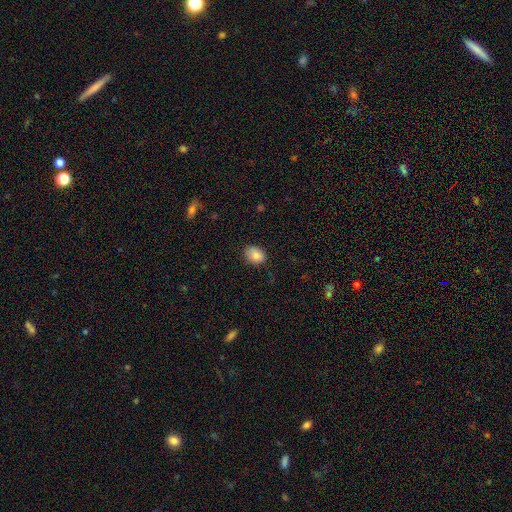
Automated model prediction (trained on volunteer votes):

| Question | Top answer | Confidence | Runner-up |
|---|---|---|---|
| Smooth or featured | smooth | 83% | star or artifact (9%) |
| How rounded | in between | 63% | round (36%) |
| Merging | none | 79% | minor disturbance (17%) |